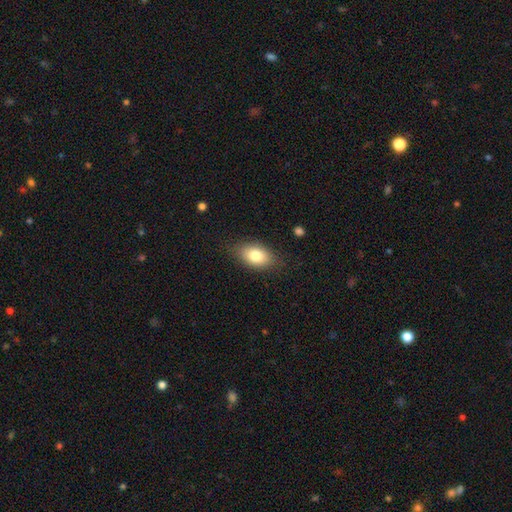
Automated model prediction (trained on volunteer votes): Overall: smooth (80%). How rounded: in between (88%). Merging: none (82%).